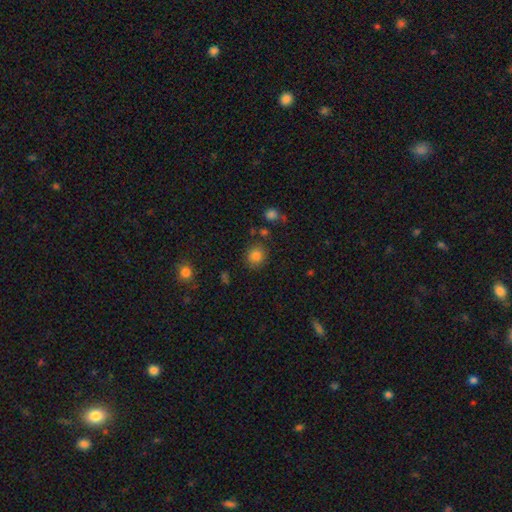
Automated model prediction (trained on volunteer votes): This appears to be a smooth galaxy with no disk features (83%) that is round (83%). Merging: none (81%).